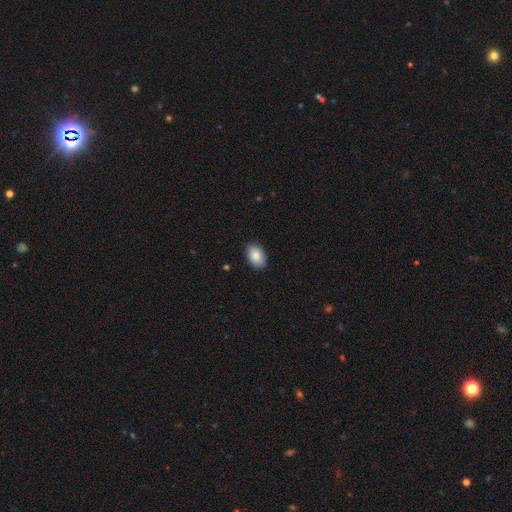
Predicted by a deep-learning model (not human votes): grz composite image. It shows a smooth galaxy with no disk features (87%) that is in between round and cigar-shaped (89%). Merging: none (89%).